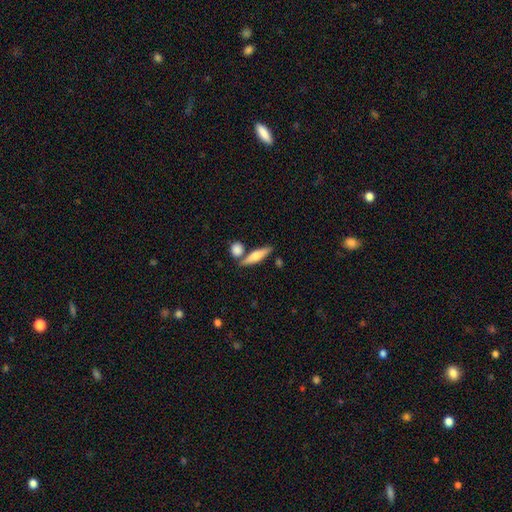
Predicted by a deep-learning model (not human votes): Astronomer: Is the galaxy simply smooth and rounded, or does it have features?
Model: smooth — 53% (runner-up: featured or disk, 41%).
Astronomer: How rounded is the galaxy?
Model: cigar-shaped — 66%.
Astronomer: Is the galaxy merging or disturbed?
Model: none — 72%.